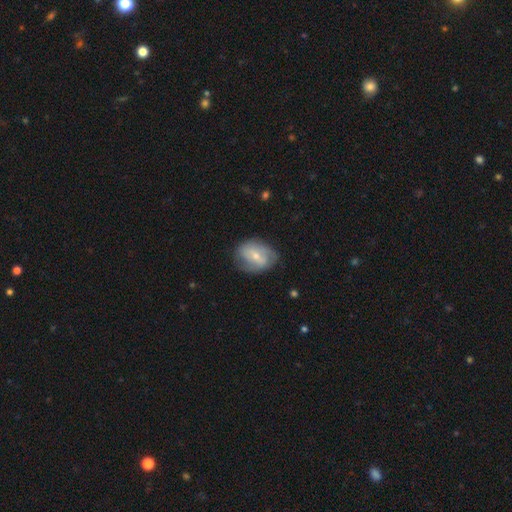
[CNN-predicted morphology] smooth_or_featured: featured or disk (p=0.48) [alt: smooth p=0.45]
merging: none (p=0.68) [alt: minor disturbance p=0.23]